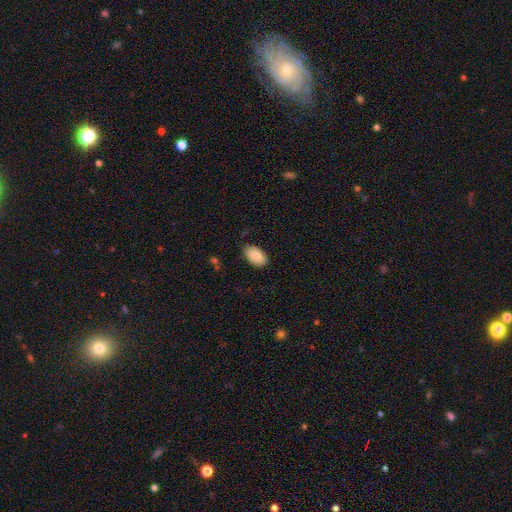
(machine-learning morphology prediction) smooth-or-featured: smooth: 85% | featured or disk: 8% | star or artifact: 7%
  how-rounded: in between: 94% | round: 4% | cigar-shaped: 1%
  merging: none: 82% | minor disturbance: 14% | major disturbance: 3% | merger: 1%